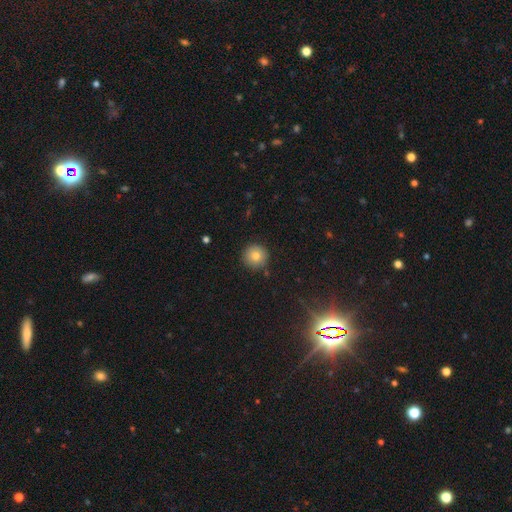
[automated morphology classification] This appears to be a smooth galaxy with no disk features (79%) that is round (96%). Merging: none (89%).